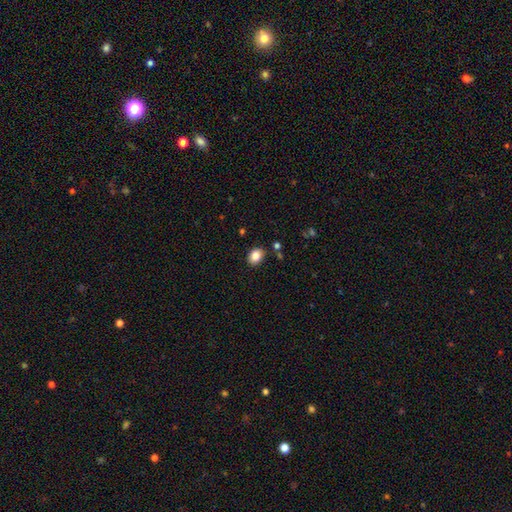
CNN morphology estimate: Overall: smooth (85%). How rounded: in between (64%; round 36%). Merging: none (85%).